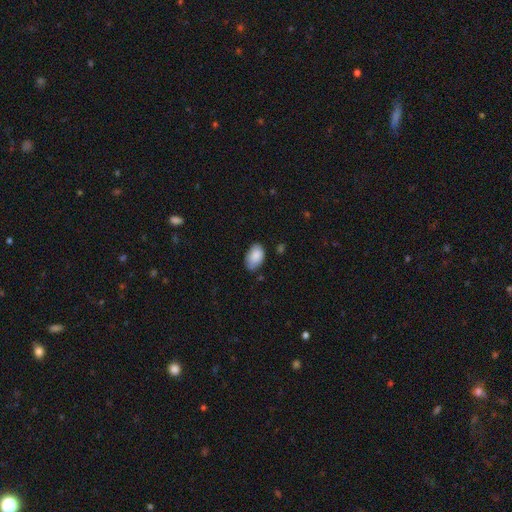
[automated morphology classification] smooth 89%, star or artifact 6%, featured or disk 5%. Down the decision tree: how rounded — in between (93%); merging — none (72%).